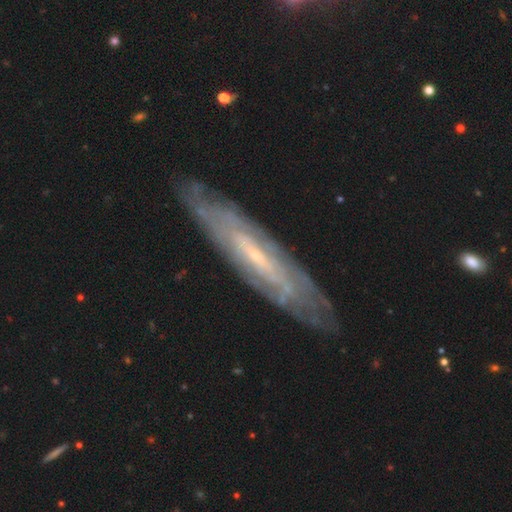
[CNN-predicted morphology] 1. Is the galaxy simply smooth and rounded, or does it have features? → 79% featured or disk, 14% smooth, 6% star or artifact.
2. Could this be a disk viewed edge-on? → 64% no, 36% yes.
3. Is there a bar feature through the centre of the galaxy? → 45% no, 38% weak, 17% strong.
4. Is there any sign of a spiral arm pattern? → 86% yes, 14% no.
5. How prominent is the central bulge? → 77% small, 16% moderate, 4% none, 2% large, 1% dominant.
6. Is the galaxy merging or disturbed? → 81% none, 14% minor disturbance, 4% major disturbance, 1% merger.